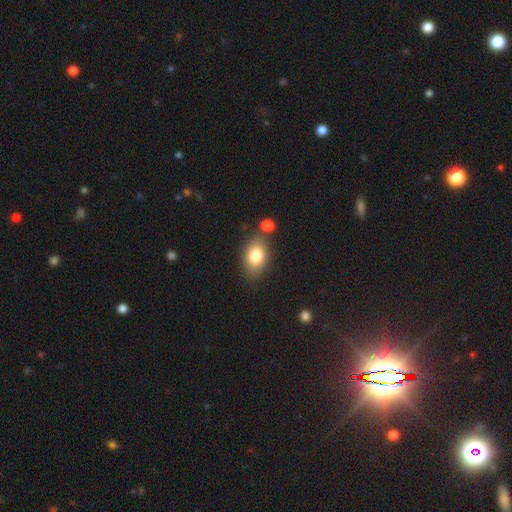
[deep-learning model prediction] Smooth or featured: smooth — 82% (featured or disk — 10%)
How rounded: in between — 86% (round — 13%)
Merging: none — 72% (minor disturbance — 12%)